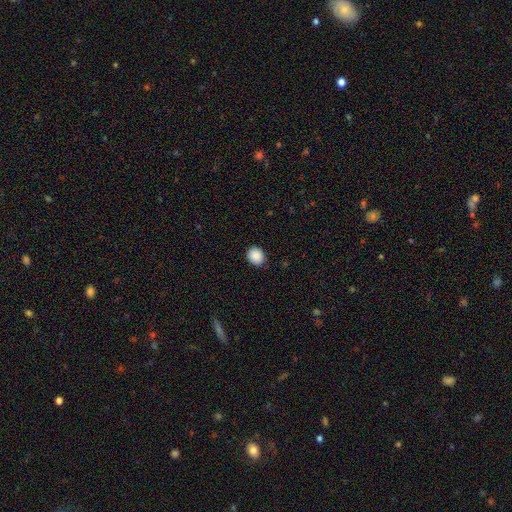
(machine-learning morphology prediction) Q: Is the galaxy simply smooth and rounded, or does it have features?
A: smooth — 89%.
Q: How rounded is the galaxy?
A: round — 64%.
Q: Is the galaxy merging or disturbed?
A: none — 89%.